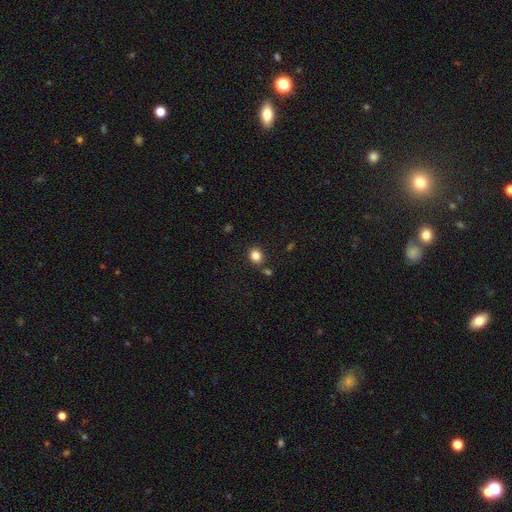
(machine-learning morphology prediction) Smooth or featured: smooth — 84% (star or artifact — 11%)
How rounded: round — 64% (in between — 35%)
Merging: none — 78% (minor disturbance — 11%)